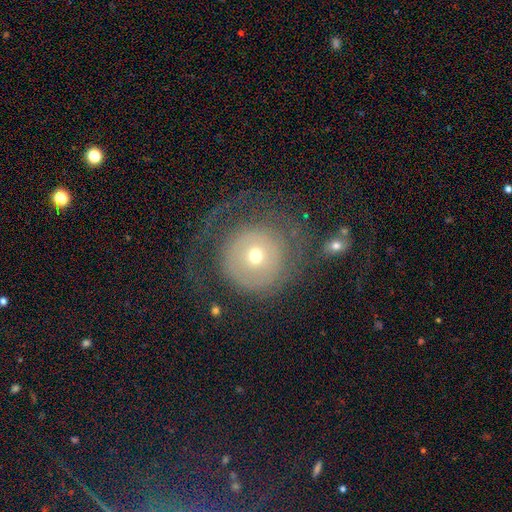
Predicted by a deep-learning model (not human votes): This is possibly a featured or disk galaxy (49%). Merging: possibly none (53%).